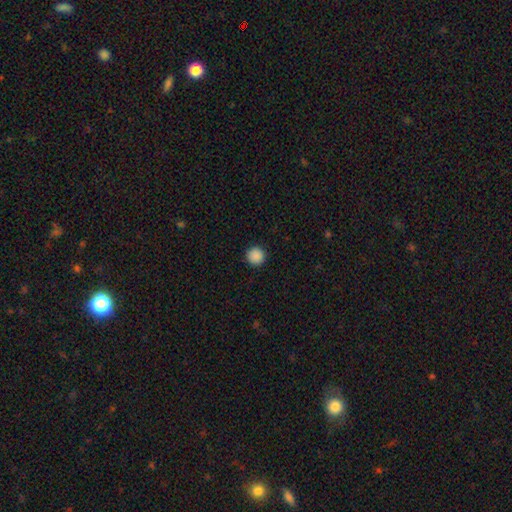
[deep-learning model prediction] The model was most divided on "smooth or featured": smooth: 88%, star or artifact: 9%, featured or disk: 2%. More confident: how rounded — round (95%); merging — none (92%).